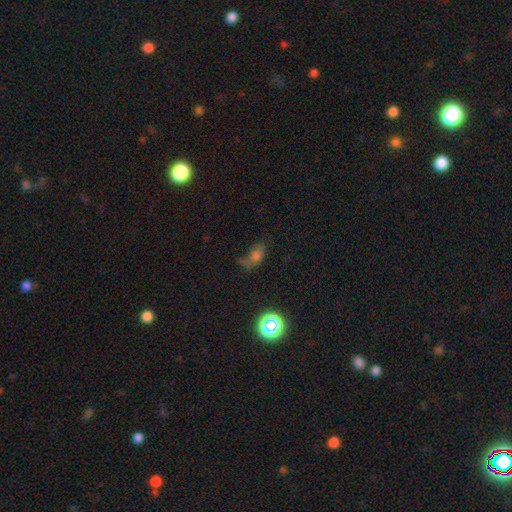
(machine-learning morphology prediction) smooth_or_featured: smooth (p=0.59) [alt: star or artifact p=0.21]
how_rounded: in between (p=0.80) [alt: round p=0.14]
merging: none (p=0.37) [alt: minor disturbance p=0.30]